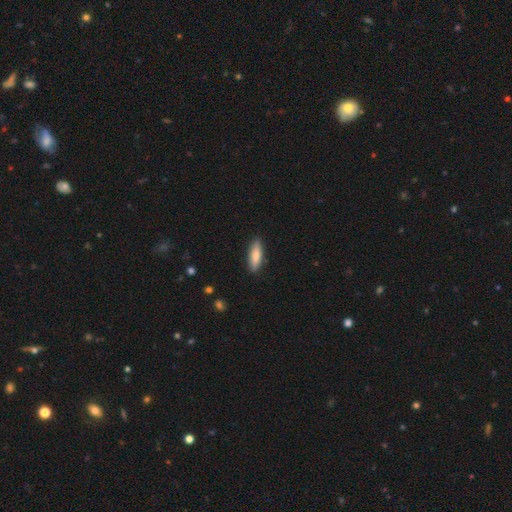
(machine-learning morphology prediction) A smooth galaxy with no disk features (79%) that is cigar-shaped (54%). Merging: none (87%).